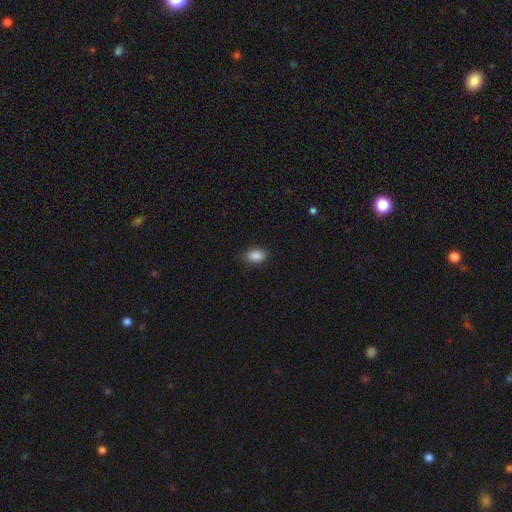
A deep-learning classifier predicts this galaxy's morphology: Q: Smooth or featured?
A: smooth (88%); runner-up: star or artifact (8%)
Q: How rounded?
A: in between (83%); runner-up: round (15%)
Q: Merging?
A: none (87%); runner-up: minor disturbance (10%)